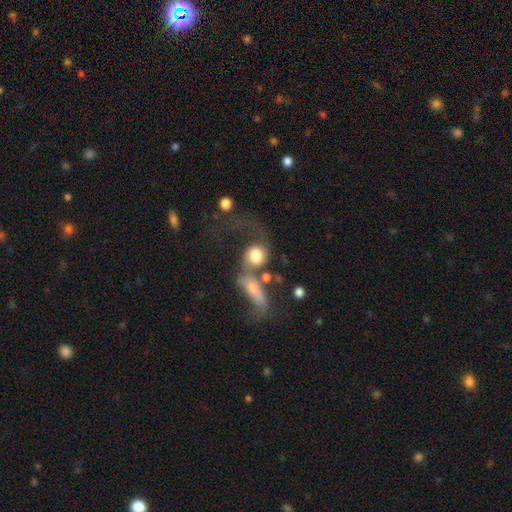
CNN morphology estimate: Smooth or featured? smooth (65%)
How rounded? round (64%)
Merging? merger (48%)